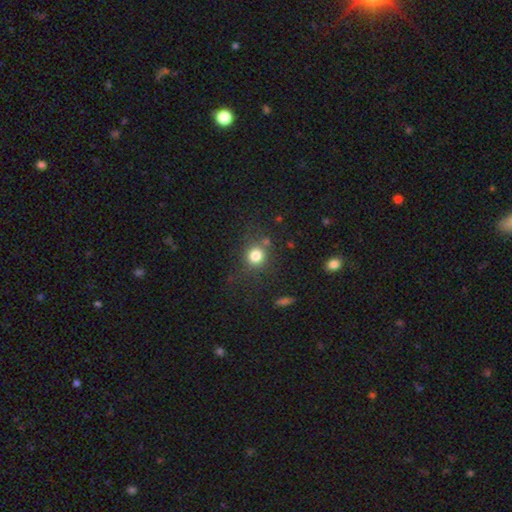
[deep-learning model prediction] Smooth or featured? smooth (80%)
How rounded? round (87%)
Merging? none (75%)